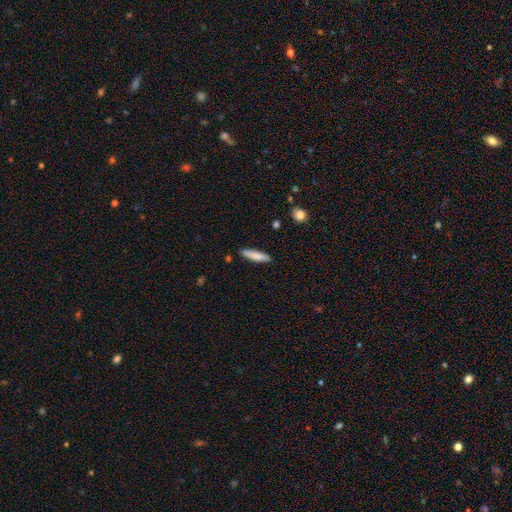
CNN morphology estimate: Q: Smooth or featured?
A: smooth (80%); runner-up: featured or disk (14%)
Q: How rounded?
A: cigar-shaped (79%); runner-up: in between (19%)
Q: Merging?
A: none (86%); runner-up: minor disturbance (11%)